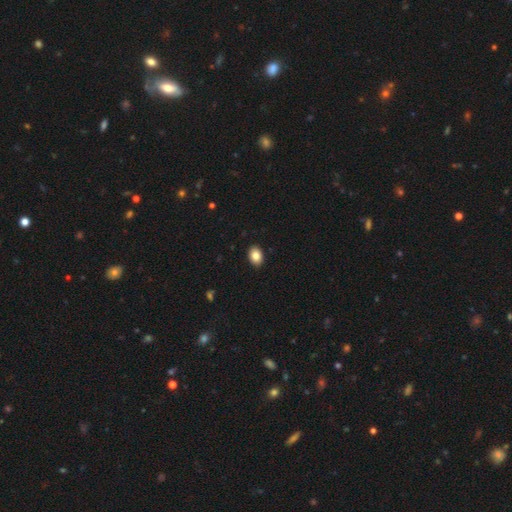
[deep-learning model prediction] Q: Smooth or featured?
A: smooth (86%); runner-up: star or artifact (8%)
Q: How rounded?
A: in between (80%); runner-up: round (19%)
Q: Merging?
A: none (90%); runner-up: minor disturbance (7%)